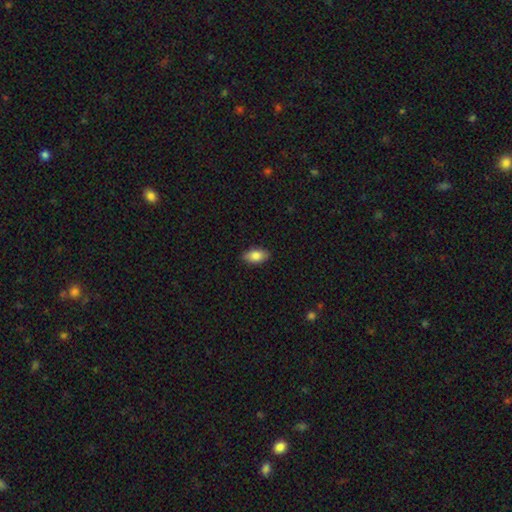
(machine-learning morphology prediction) Smooth or featured? smooth (84%)
How rounded? in between (92%)
Merging? none (88%)